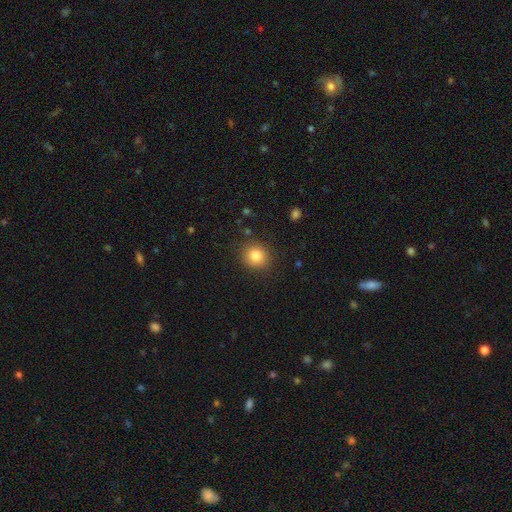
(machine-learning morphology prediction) Smooth or featured? smooth (83%)
How rounded? round (88%)
Merging? none (88%)